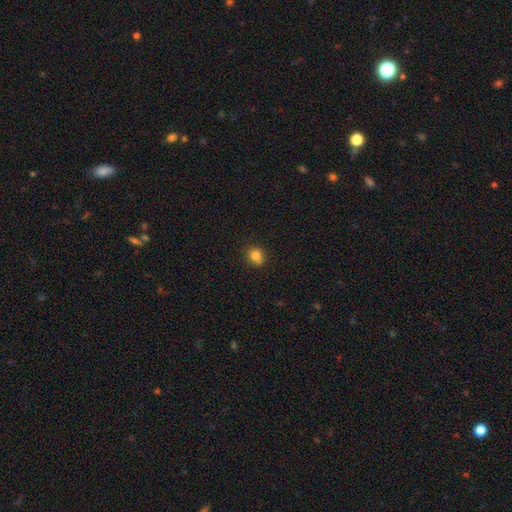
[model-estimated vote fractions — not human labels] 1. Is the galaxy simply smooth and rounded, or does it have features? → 81% smooth, 12% star or artifact, 7% featured or disk.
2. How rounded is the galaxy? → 73% round, 26% in between, 1% cigar-shaped.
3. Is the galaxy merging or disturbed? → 66% none, 19% minor disturbance, 11% merger, 4% major disturbance.